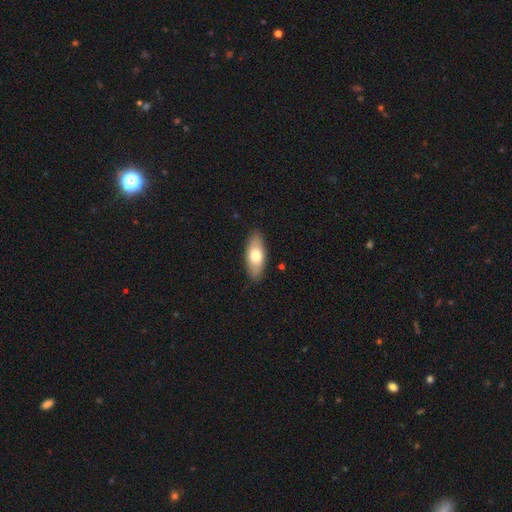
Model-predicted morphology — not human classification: A smooth galaxy with no disk features (69%) that is in between round and cigar-shaped (81%). Merging: none (86%).